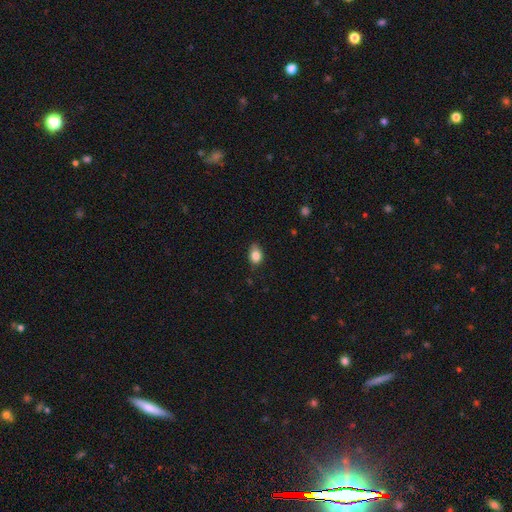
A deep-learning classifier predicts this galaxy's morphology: Smooth or featured: smooth — 83% (star or artifact — 9%)
How rounded: in between — 72% (round — 27%)
Merging: none — 65% (minor disturbance — 29%)